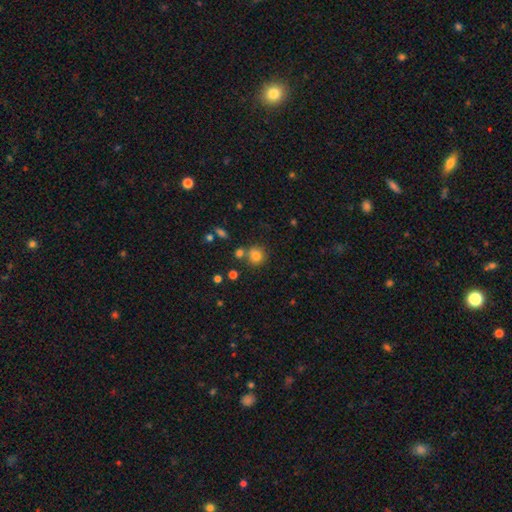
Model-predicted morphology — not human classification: Overall: smooth (79%). How rounded: round (88%). Merging: none (67%).